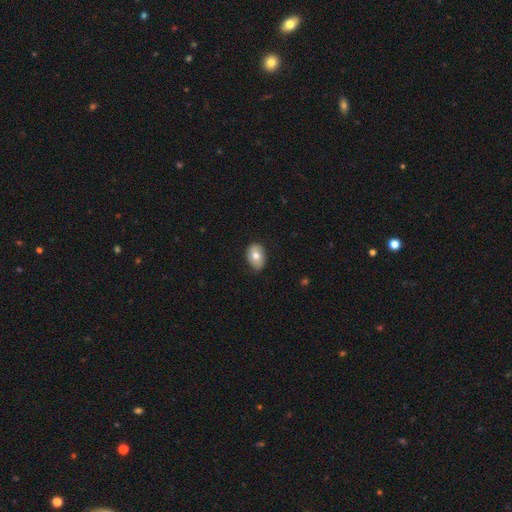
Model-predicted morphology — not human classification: Smooth or featured: smooth — 74% (featured or disk — 19%)
How rounded: in between — 80% (round — 19%)
Merging: none — 77% (minor disturbance — 19%)